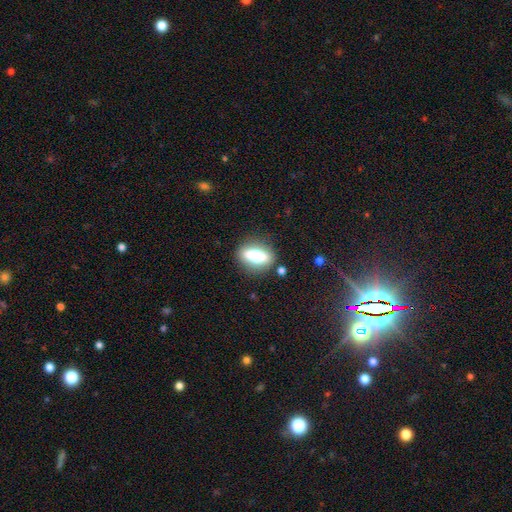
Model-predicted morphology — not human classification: A smooth galaxy with no disk features (55%) that is in between round and cigar-shaped (64%). Merging: none (83%).